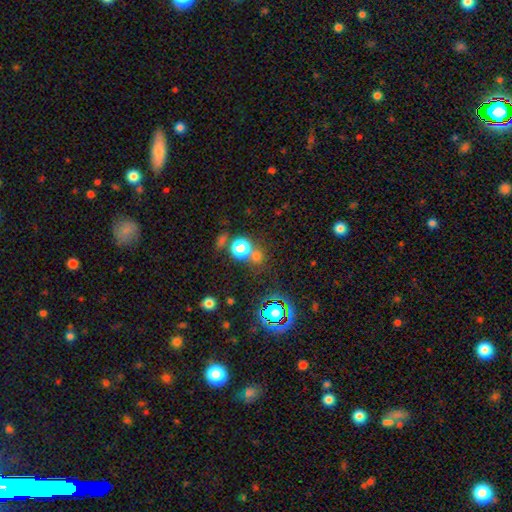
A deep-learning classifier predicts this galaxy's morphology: This appears to be a smooth galaxy with no disk features (59%) that is round (88%). Merging: none (60%).